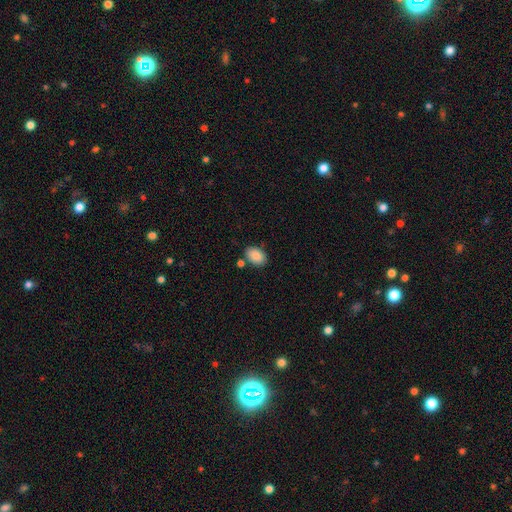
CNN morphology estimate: The model was most divided on "merging": none: 79%, minor disturbance: 11%, merger: 7%, major disturbance: 3%. More confident: smooth or featured — smooth (88%); how rounded — in between (87%).